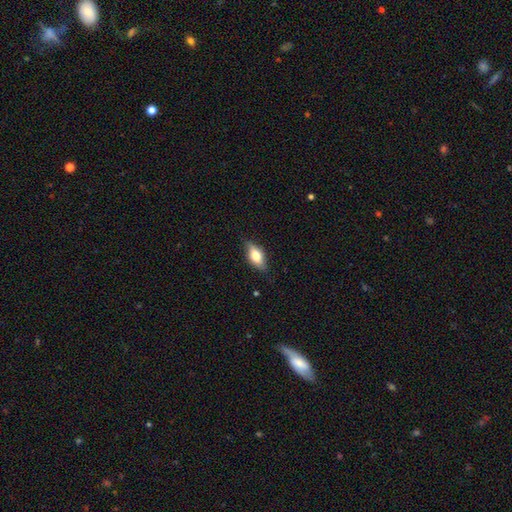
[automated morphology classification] type=smooth (62%); roundness=in between (81%); merging=none (80%).